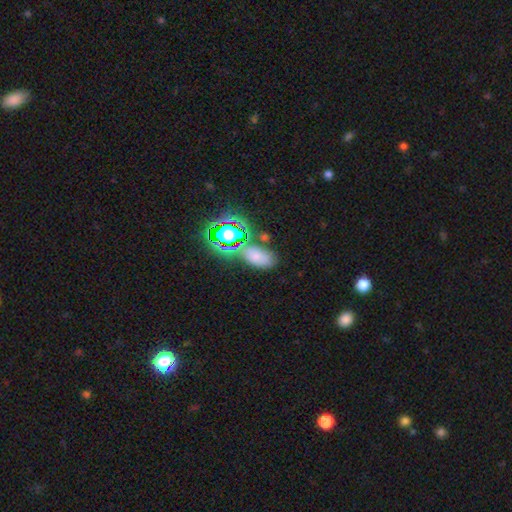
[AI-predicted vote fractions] A smooth galaxy with no disk features (56%) that is in between round and cigar-shaped (88%).

Vote fractions:
- Smooth or featured? smooth: 56% / star or artifact: 31% / featured or disk: 13%
- How rounded? in between: 88% / round: 9% / cigar-shaped: 4%
- Merging? none: 60% / minor disturbance: 17% / merger: 16% / major disturbance: 8%